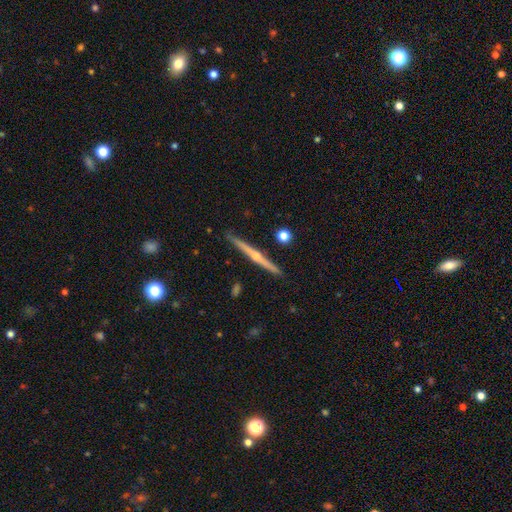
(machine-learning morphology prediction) featured or disk 80%, smooth 15%, star or artifact 6%. Down the decision tree: edge-on disk — yes (98%); edge-on bulge — rounded (86%); merging — none (91%).